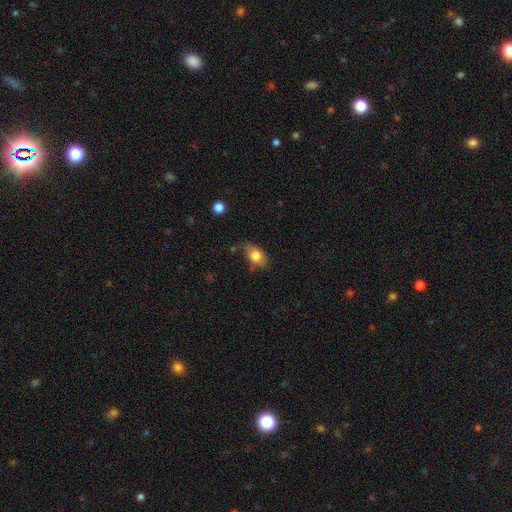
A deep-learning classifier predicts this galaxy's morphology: smooth_or_featured: smooth (p=0.80) [alt: featured or disk p=0.12]
how_rounded: in between (p=0.83) [alt: round p=0.14]
merging: none (p=0.66) [alt: minor disturbance p=0.25]